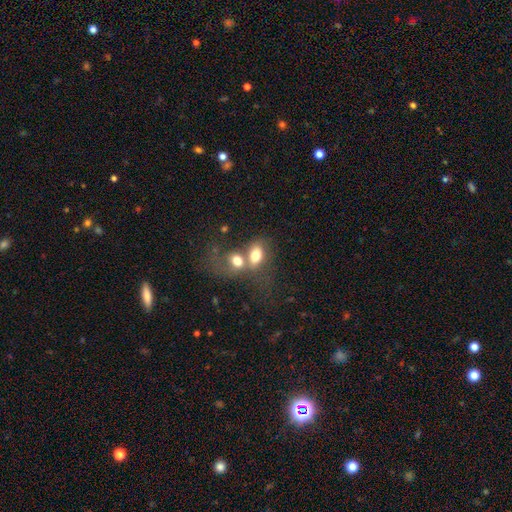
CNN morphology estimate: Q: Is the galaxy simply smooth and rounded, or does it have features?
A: smooth — 72%.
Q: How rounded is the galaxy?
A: in between — 75%.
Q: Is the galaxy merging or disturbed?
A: merger — 66%.